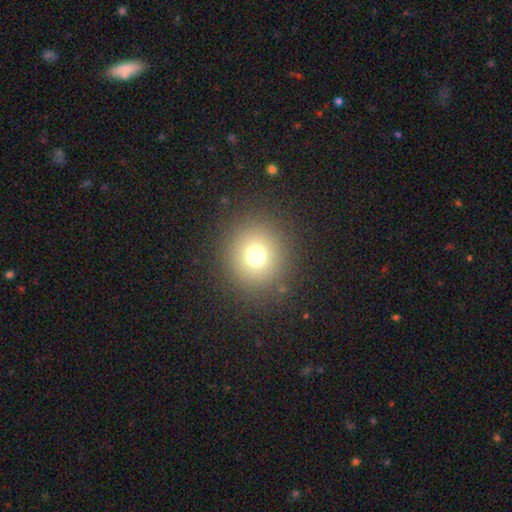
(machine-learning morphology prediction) Smooth or featured?
  - smooth: 72% *
  - star or artifact: 18%
  - featured or disk: 10%
How rounded?
  - round: 92% *
  - in between: 7%
  - cigar-shaped: 1%
Merging?
  - none: 88% *
  - minor disturbance: 6%
  - major disturbance: 4%
  - merger: 1%